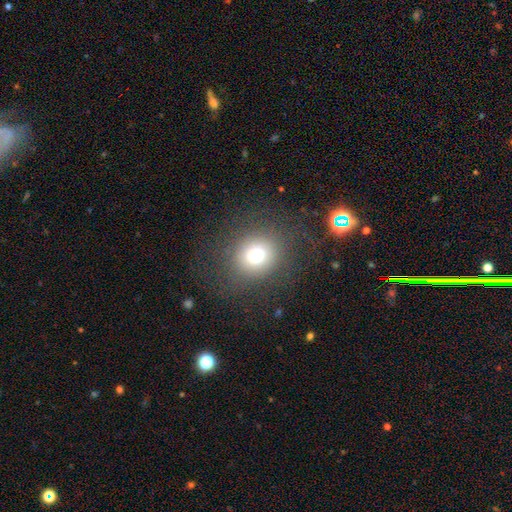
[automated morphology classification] This appears to be a smooth galaxy with no disk features (71%) that is round (86%). Merging: none (83%).